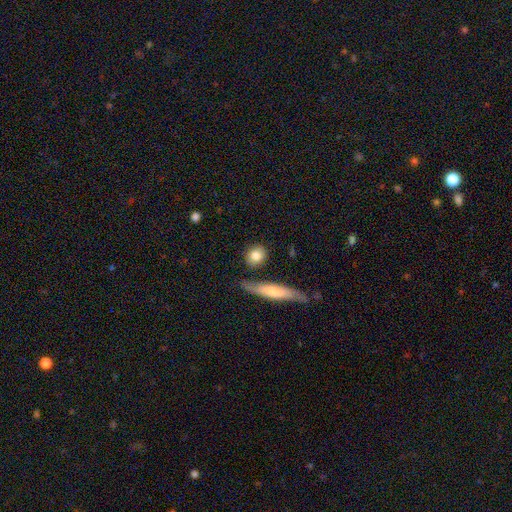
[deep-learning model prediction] Smooth or featured? smooth (81%)
How rounded? round (62%)
Merging? none (78%)